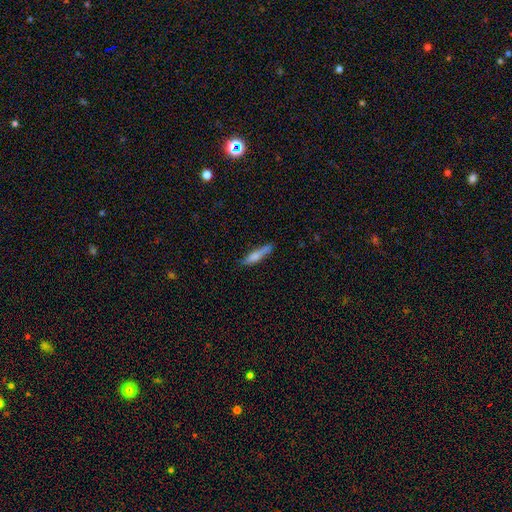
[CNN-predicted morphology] Smooth or featured?
  - smooth: 69% *
  - featured or disk: 24%
  - star or artifact: 6%
How rounded?
  - cigar-shaped: 85% *
  - in between: 13%
  - round: 2%
Merging?
  - none: 69% *
  - minor disturbance: 22%
  - major disturbance: 5%
  - merger: 4%